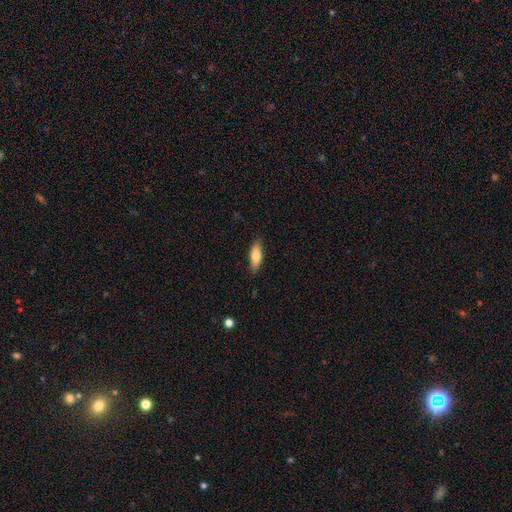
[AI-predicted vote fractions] Smooth or featured? Predicted: smooth (p=0.75). How rounded? Predicted: in between (p=0.64). Merging? Predicted: none (p=0.85).